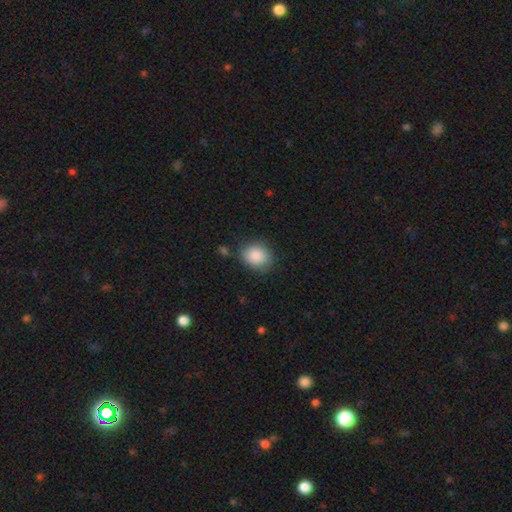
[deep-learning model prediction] The model was most divided on "how rounded": round: 61%, in between: 38%, cigar-shaped: 1%. More confident: smooth or featured — smooth (88%); merging — none (78%).